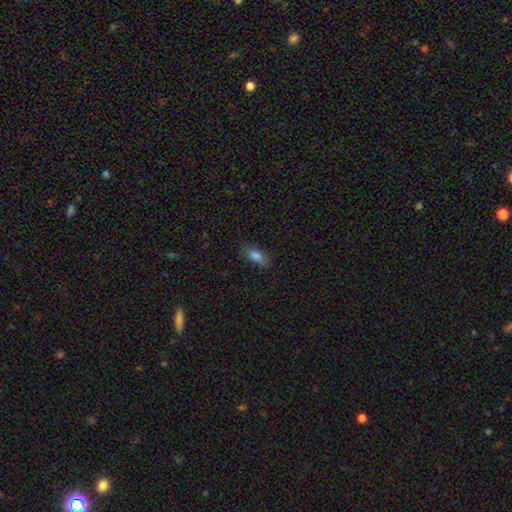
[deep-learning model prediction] smooth 82%, star or artifact 11%, featured or disk 7%. Down the decision tree: how rounded — in between (82%); merging — none (75%).